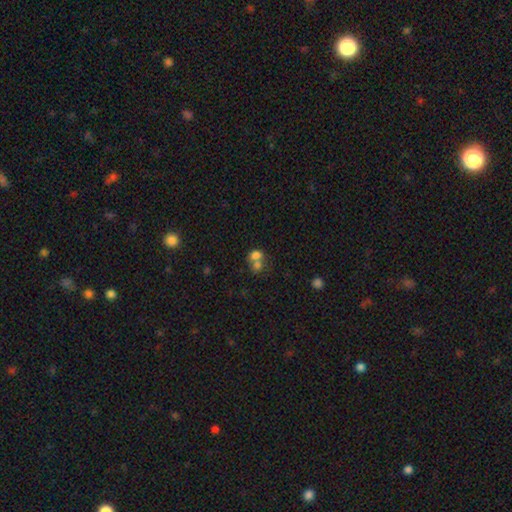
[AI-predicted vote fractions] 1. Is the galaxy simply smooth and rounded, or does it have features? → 53% smooth, 30% star or artifact, 17% featured or disk.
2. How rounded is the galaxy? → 74% round, 24% in between, 1% cigar-shaped.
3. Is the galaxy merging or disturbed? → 50% merger, 39% none, 7% minor disturbance, 4% major disturbance.